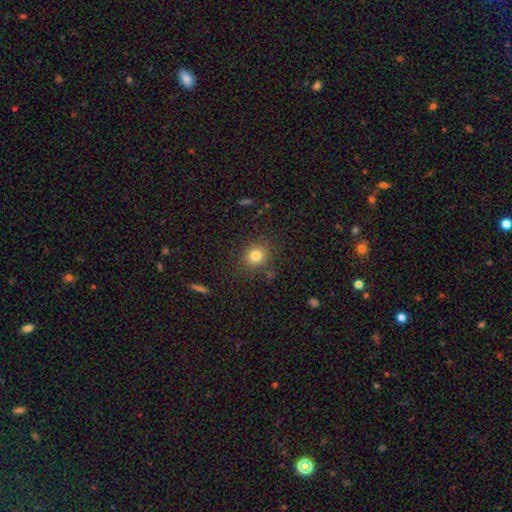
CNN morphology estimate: smooth_or_featured: smooth (p=0.80) [alt: star or artifact p=0.13]
how_rounded: round (p=0.81) [alt: in between p=0.18]
merging: none (p=0.84) [alt: minor disturbance p=0.10]